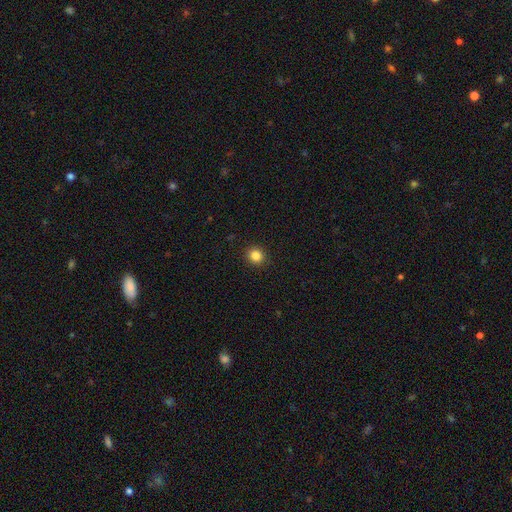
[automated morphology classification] This is clearly a smooth galaxy (84%). How rounded: clearly round (90%). Merging: clearly none (93%).